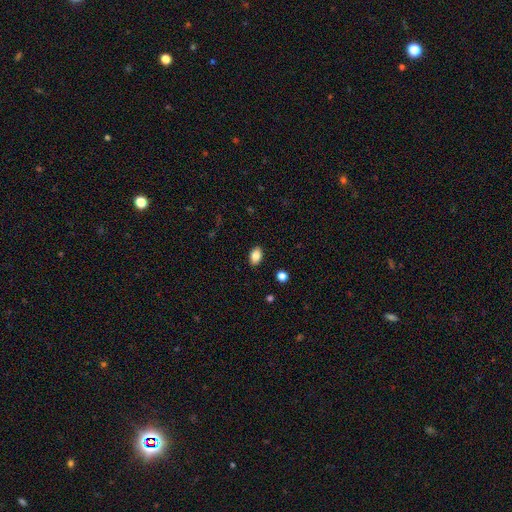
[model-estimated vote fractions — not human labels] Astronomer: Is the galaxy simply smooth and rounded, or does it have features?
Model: smooth — 86%.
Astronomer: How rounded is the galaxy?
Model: in between — 88%.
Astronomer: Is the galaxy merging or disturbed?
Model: none — 88%.